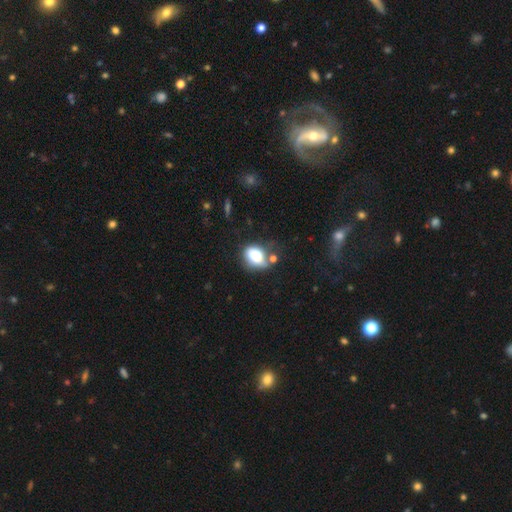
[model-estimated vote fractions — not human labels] The model was most divided on "merging": none: 49%, minor disturbance: 26%, merger: 14%, major disturbance: 11%. More confident: smooth or featured — smooth (75%); how rounded — in between (64%).